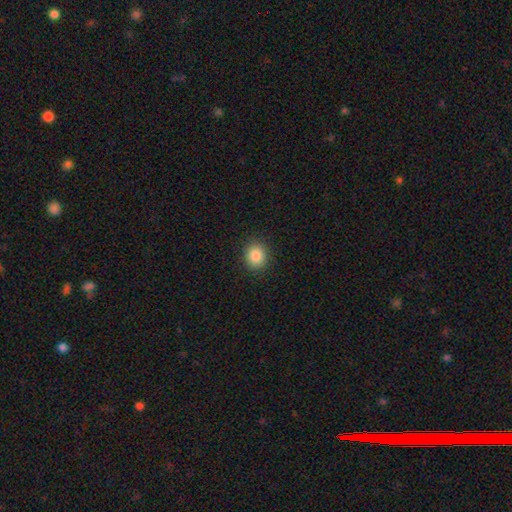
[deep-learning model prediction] A smooth galaxy with no disk features (85%) that is round (75%). Merging: none (90%).